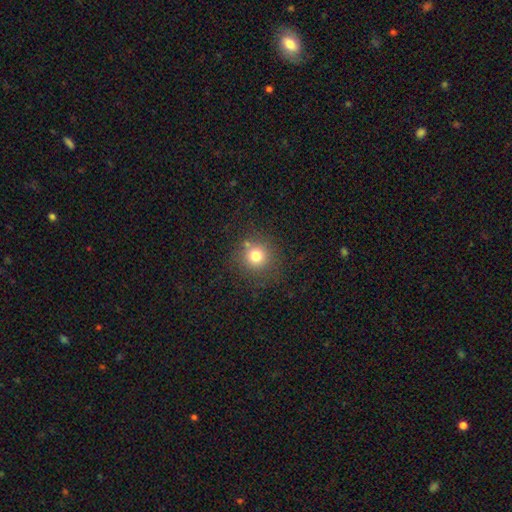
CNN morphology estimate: Overall: smooth (77%). How rounded: round (93%). Merging: none (80%).